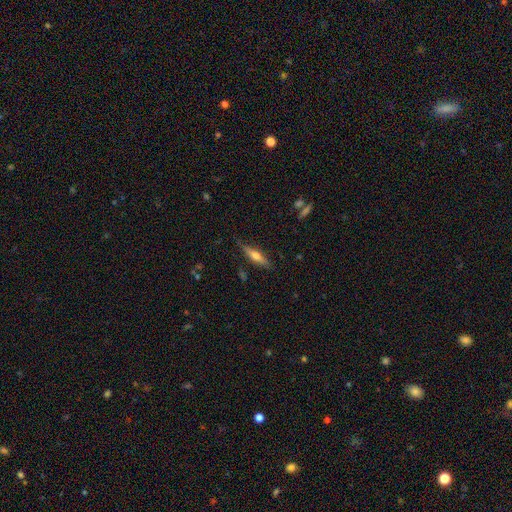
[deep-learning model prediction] Morphology: type=featured or disk (59%); edge-on=yes (95%); edge-on bulge=rounded (91%); merging=none (83%).